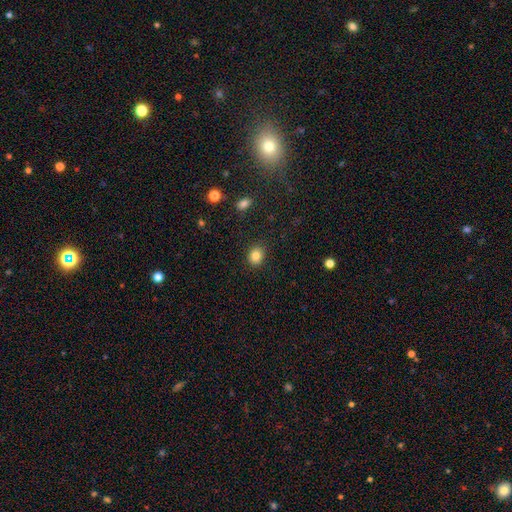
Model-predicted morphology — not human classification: smooth_or_featured: smooth (p=0.85) [alt: star or artifact p=0.10]
how_rounded: round (p=0.58) [alt: in between p=0.41]
merging: none (p=0.88) [alt: minor disturbance p=0.09]